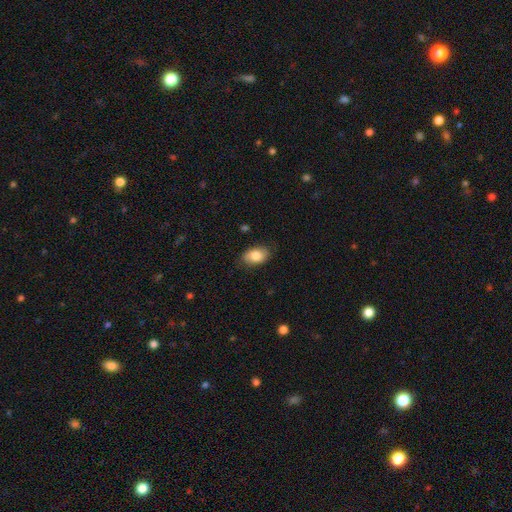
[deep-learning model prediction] The model was most divided on "merging": none: 81%, minor disturbance: 15%, major disturbance: 3%, merger: 1%. More confident: how rounded — in between (88%); smooth or featured — smooth (83%).